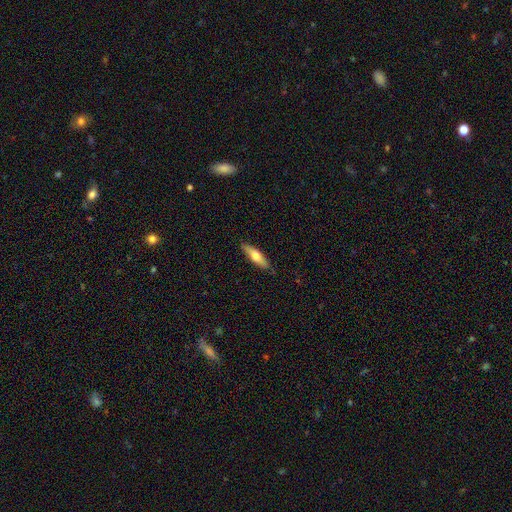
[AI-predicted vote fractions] Overall: smooth (59%; featured or disk 35%). How rounded: cigar-shaped (61%; in between 37%). Merging: none (86%).